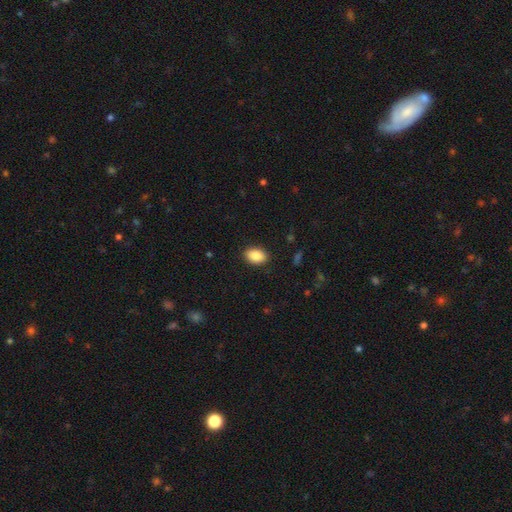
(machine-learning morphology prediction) Smooth or featured?
  - smooth: 88% *
  - star or artifact: 7%
  - featured or disk: 5%
How rounded?
  - in between: 86% *
  - round: 13%
  - cigar-shaped: 1%
Merging?
  - none: 88% *
  - minor disturbance: 8%
  - major disturbance: 2%
  - merger: 1%